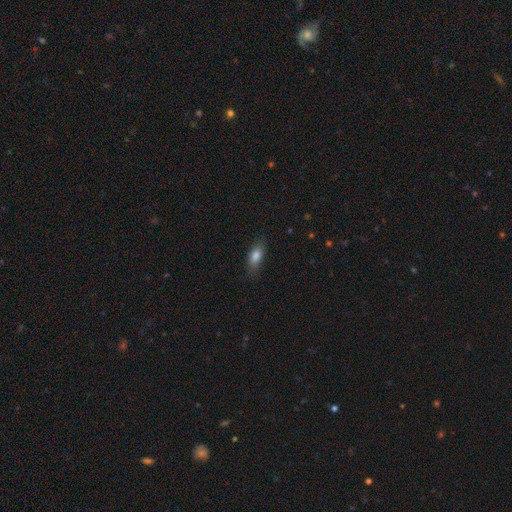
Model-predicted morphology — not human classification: A smooth galaxy with no disk features (79%) that is in between round and cigar-shaped (75%).

Vote fractions:
- Smooth or featured? smooth: 79% / featured or disk: 13% / star or artifact: 8%
- How rounded? in between: 75% / cigar-shaped: 21% / round: 4%
- Merging? none: 81% / minor disturbance: 15% / major disturbance: 3% / merger: 1%